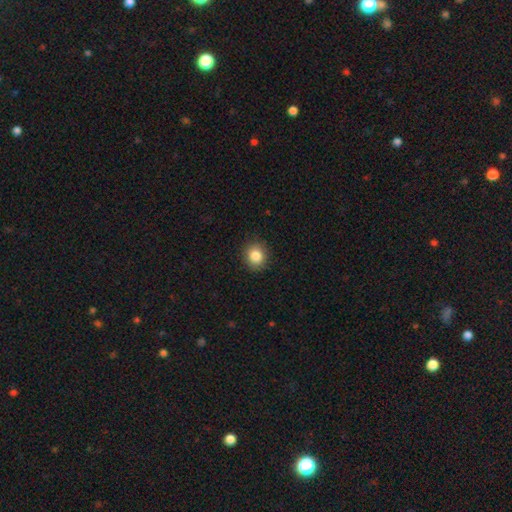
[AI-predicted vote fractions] smooth_or_featured: smooth (p=0.85) [alt: star or artifact p=0.10]
how_rounded: round (p=0.80) [alt: in between p=0.20]
merging: none (p=0.90) [alt: minor disturbance p=0.07]